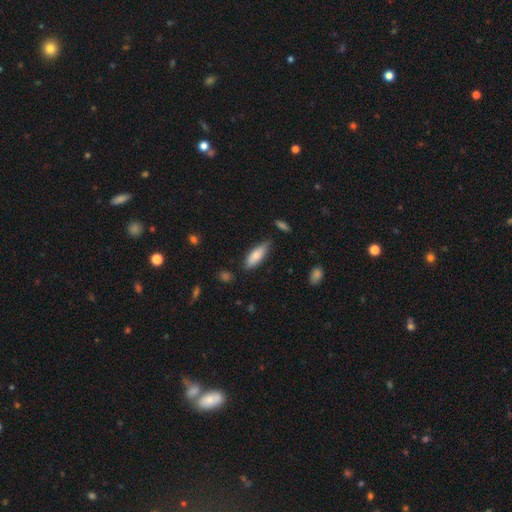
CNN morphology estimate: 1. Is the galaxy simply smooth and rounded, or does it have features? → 77% smooth, 17% featured or disk, 6% star or artifact.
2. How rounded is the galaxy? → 63% in between, 35% cigar-shaped, 2% round.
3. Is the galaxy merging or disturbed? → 70% none, 24% minor disturbance, 4% major disturbance, 3% merger.